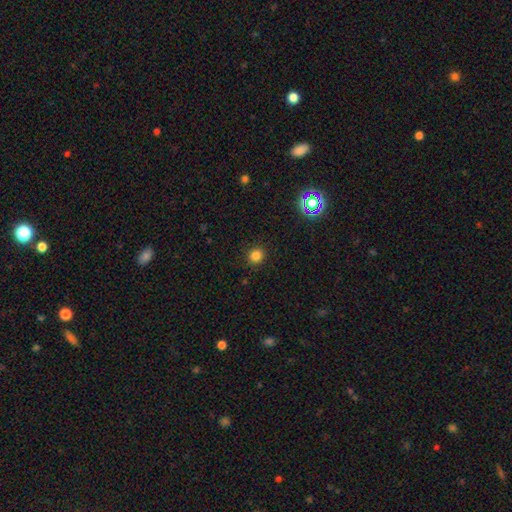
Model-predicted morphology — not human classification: Smooth or featured? smooth (81%)
How rounded? round (91%)
Merging? none (91%)